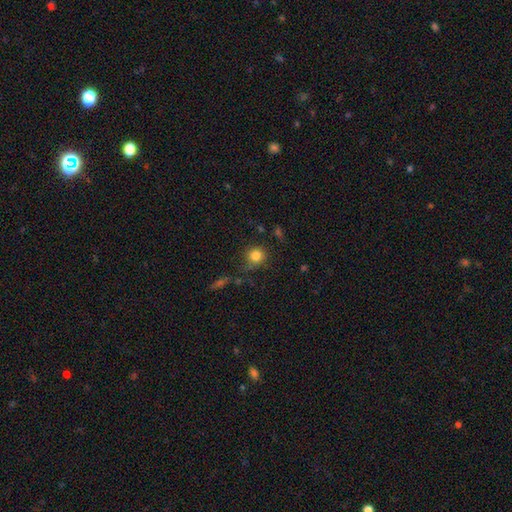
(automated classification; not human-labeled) Morphology: type=smooth (84%); roundness=round (89%); merging=none (72%).